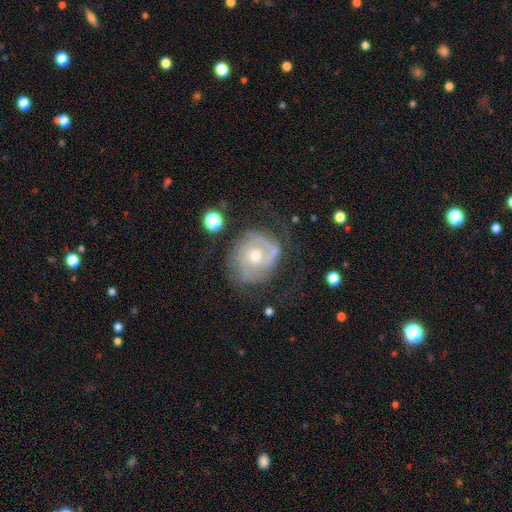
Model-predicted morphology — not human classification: This appears to be a featured or disk galaxy (78%) with no bar (72%), 2 (40%) tight (56%) spiral arms (86%) and a moderate central bulge (55%). Merging: none (60%).